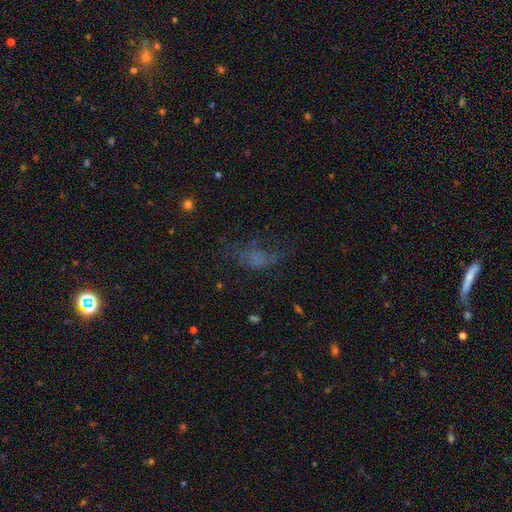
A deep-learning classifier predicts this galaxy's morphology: A smooth galaxy with no disk features (42%). Merging: none (40%).